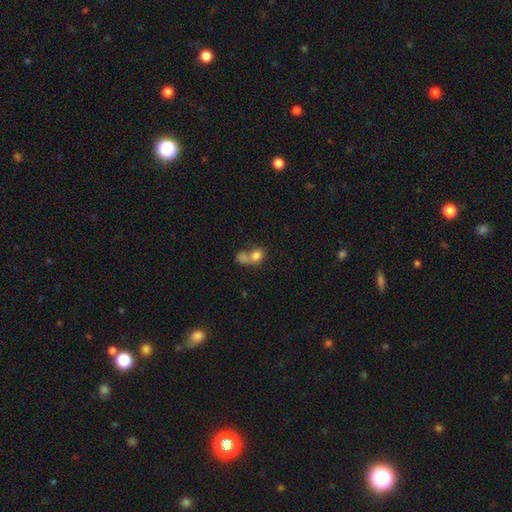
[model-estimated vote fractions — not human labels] This appears to be a smooth galaxy with no disk features (69%) that is round (65%). Merging: merger (55%).